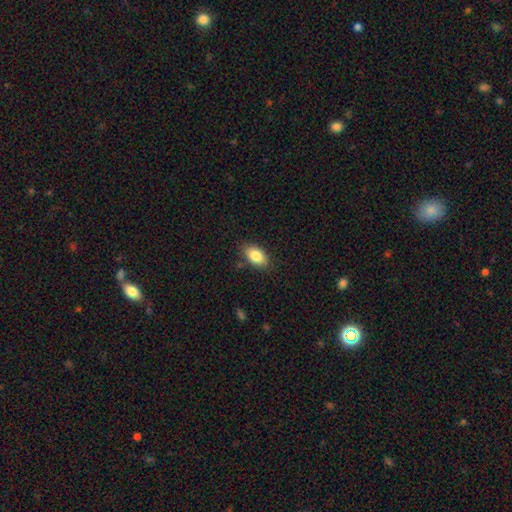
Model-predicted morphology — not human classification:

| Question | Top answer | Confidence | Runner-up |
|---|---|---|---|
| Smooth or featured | smooth | 85% | featured or disk (8%) |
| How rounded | in between | 92% | round (6%) |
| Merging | none | 83% | minor disturbance (12%) |